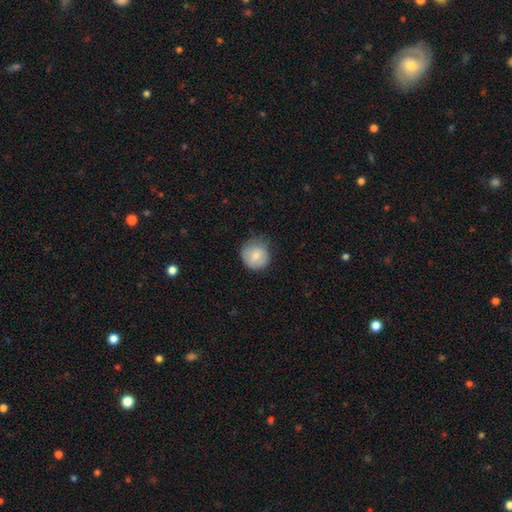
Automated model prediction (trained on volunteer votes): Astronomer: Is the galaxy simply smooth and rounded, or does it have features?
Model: smooth — 79%.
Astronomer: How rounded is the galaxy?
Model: round — 90%.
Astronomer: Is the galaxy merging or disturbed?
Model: none — 69%.